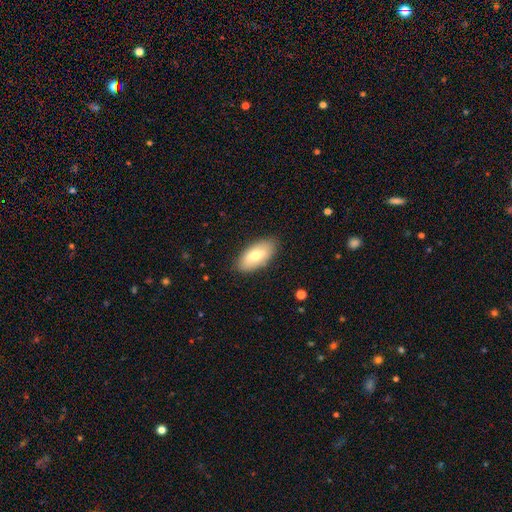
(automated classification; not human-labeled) smooth 68%, featured or disk 26%, star or artifact 6%. Down the decision tree: how rounded — in between (91%); merging — none (86%).